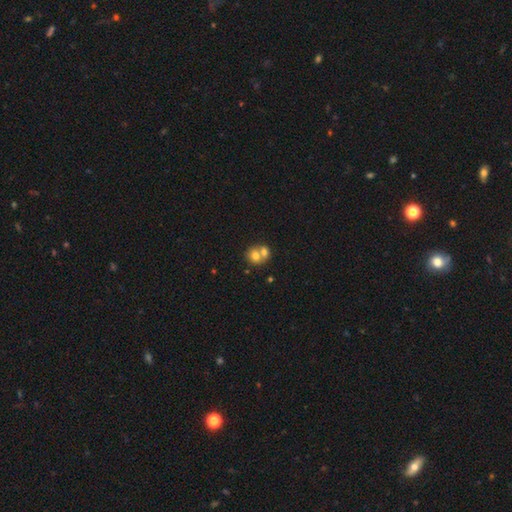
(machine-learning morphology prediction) Smooth or featured?
  - smooth: 71% *
  - featured or disk: 19%
  - star or artifact: 10%
How rounded?
  - round: 73% *
  - in between: 26%
  - cigar-shaped: 1%
Merging?
  - merger: 63% *
  - none: 29%
  - minor disturbance: 6%
  - major disturbance: 3%